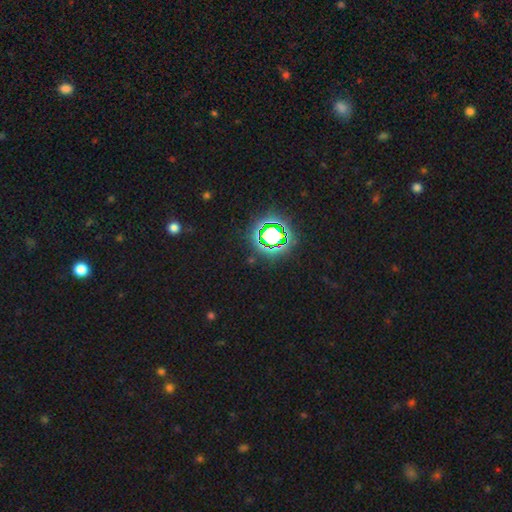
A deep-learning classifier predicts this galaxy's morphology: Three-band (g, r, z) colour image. It shows a star or artifact, not a galaxy (81%).